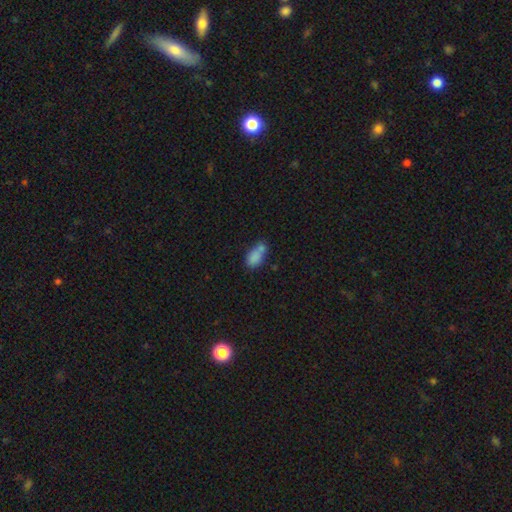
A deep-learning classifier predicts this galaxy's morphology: Overall: smooth (79%). How rounded: in between (85%). Merging: none (37%, tied with merger).